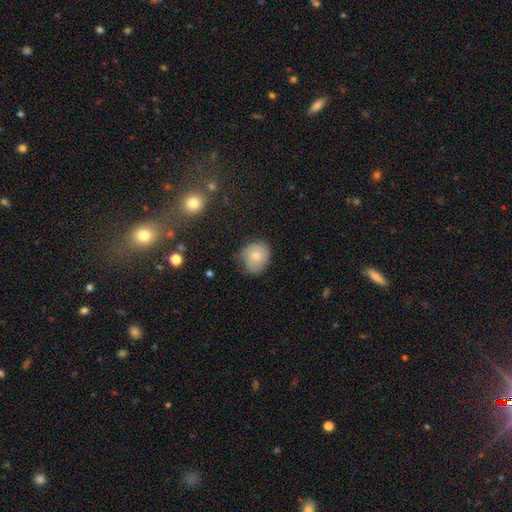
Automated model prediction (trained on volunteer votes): Overall: smooth (72%). How rounded: round (72%). Merging: none (67%).